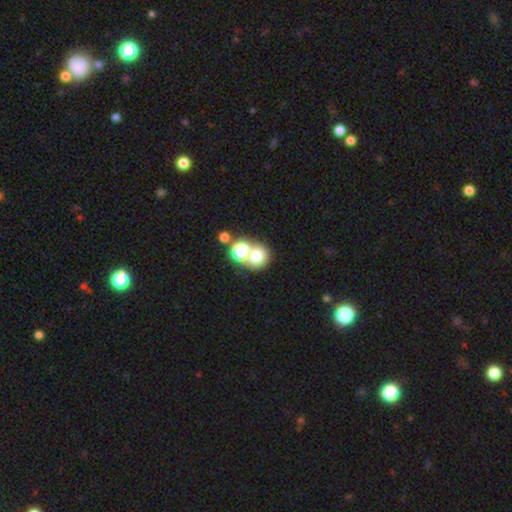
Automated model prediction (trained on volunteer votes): smooth_or_featured: smooth (p=0.69) [alt: star or artifact p=0.17]
how_rounded: round (p=0.80) [alt: in between p=0.19]
merging: merger (p=0.45) [alt: none p=0.43]